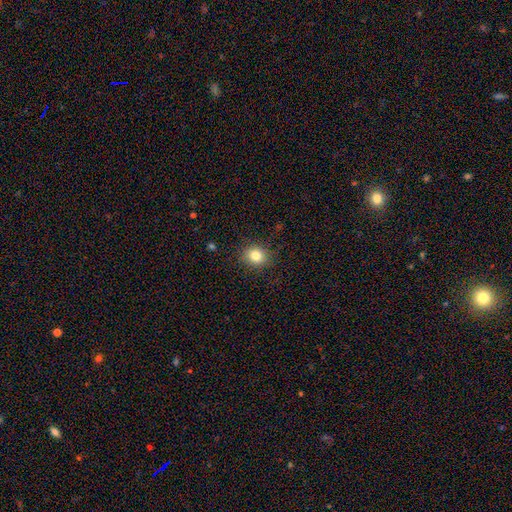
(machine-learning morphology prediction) A smooth galaxy with no disk features (82%) that is round (69%).

Vote fractions:
- Smooth or featured? smooth: 82% / star or artifact: 11% / featured or disk: 7%
- How rounded? round: 69% / in between: 30% / cigar-shaped: 1%
- Merging? none: 88% / minor disturbance: 8% / major disturbance: 2% / merger: 1%